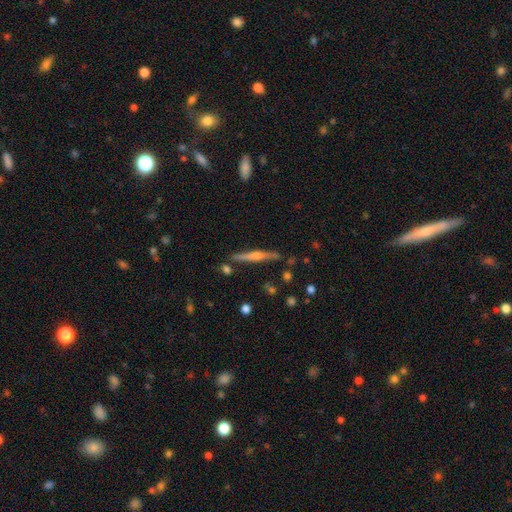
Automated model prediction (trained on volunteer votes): Morphology: type=featured or disk (76%); edge-on=yes (98%); edge-on bulge=rounded (86%); merging=none (87%).